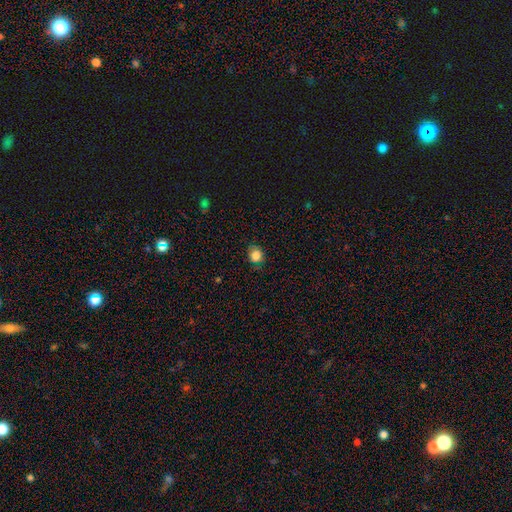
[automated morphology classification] Smooth or featured?
  - smooth: 83% *
  - star or artifact: 11%
  - featured or disk: 6%
How rounded?
  - round: 73% *
  - in between: 26%
  - cigar-shaped: 1%
Merging?
  - none: 79% *
  - minor disturbance: 16%
  - major disturbance: 4%
  - merger: 1%